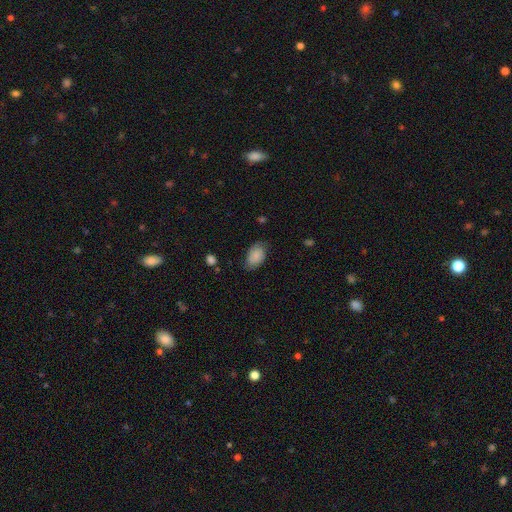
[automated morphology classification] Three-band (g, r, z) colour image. It shows a smooth galaxy with no disk features (77%) that is in between round and cigar-shaped (91%). Merging: none (69%).